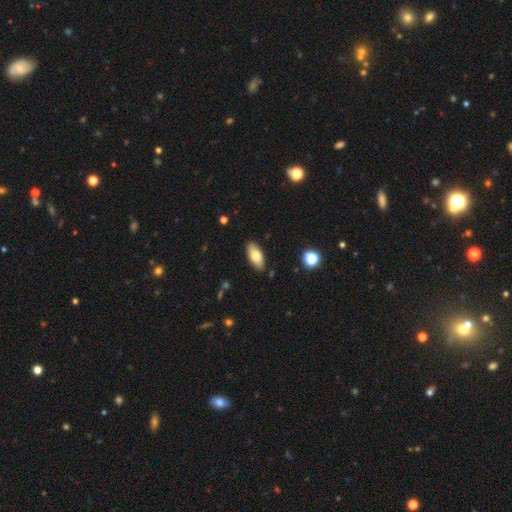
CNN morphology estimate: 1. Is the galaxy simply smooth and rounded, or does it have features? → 76% smooth, 18% featured or disk, 7% star or artifact.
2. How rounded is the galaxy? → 86% in between, 12% cigar-shaped, 3% round.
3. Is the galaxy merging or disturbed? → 88% none, 9% minor disturbance, 2% major disturbance, 1% merger.